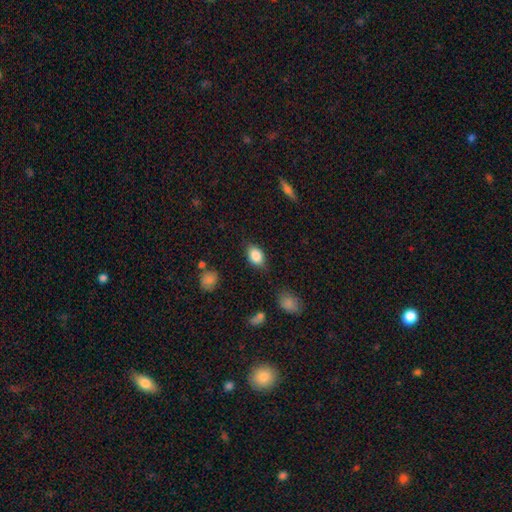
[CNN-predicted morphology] Smooth or featured? Predicted: smooth (p=0.84). How rounded? Predicted: in between (p=0.84). Merging? Predicted: none (p=0.79).